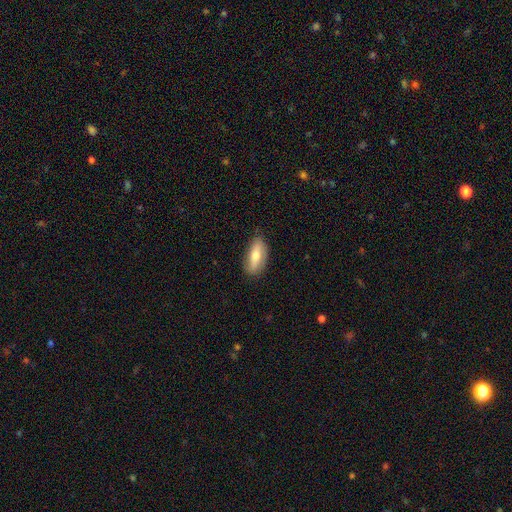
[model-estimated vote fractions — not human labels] smooth-or-featured: smooth: 60% | featured or disk: 34% | star or artifact: 6%
  how-rounded: in between: 79% | cigar-shaped: 18% | round: 3%
  merging: none: 80% | minor disturbance: 16% | major disturbance: 3% | merger: 1%